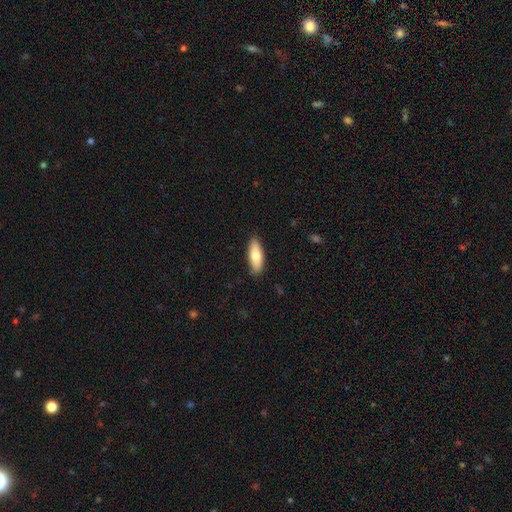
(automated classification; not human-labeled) A smooth galaxy with no disk features (79%) that is in between round and cigar-shaped (62%). Merging: none (87%).